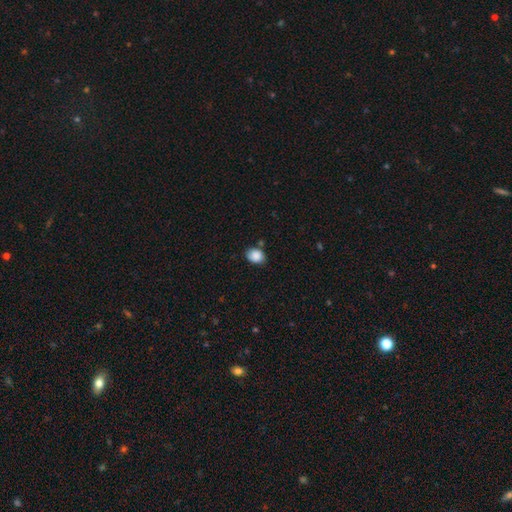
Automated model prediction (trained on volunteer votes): This appears to be a smooth galaxy with no disk features (88%) that is in between round and cigar-shaped (58%). Merging: none (76%).